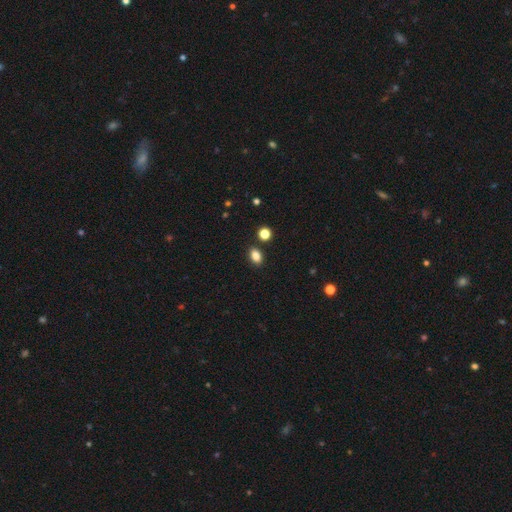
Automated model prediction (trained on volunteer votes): Smooth or featured? smooth (84%)
How rounded? in between (80%)
Merging? none (85%)